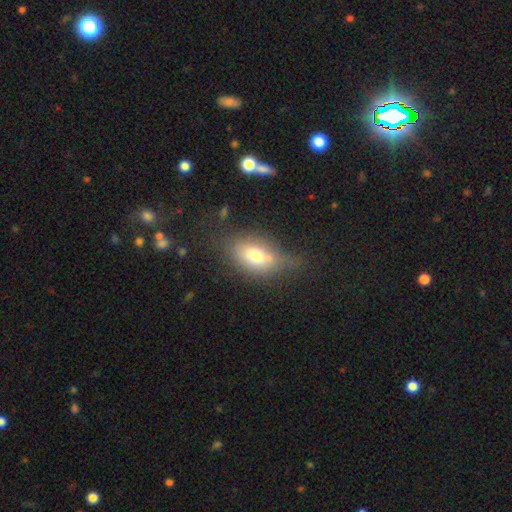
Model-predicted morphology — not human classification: Smooth or featured? Predicted: smooth (p=0.70). How rounded? Predicted: in between (p=0.83). Merging? Predicted: none (p=0.49).